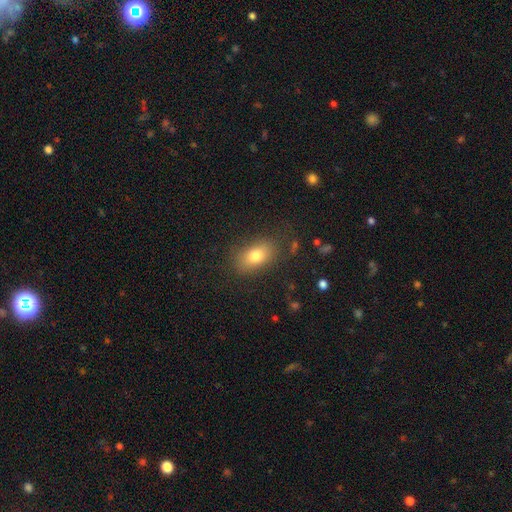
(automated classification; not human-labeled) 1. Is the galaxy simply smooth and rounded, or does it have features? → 77% smooth, 13% featured or disk, 10% star or artifact.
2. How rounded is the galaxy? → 87% in between, 10% round, 3% cigar-shaped.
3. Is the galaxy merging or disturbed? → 80% none, 14% minor disturbance, 5% major disturbance, 2% merger.